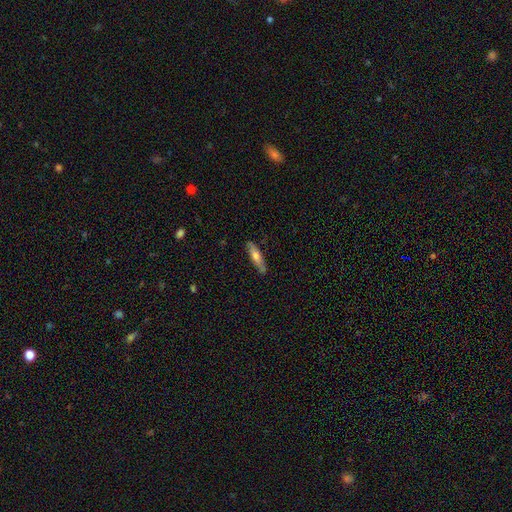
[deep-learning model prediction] Morphology: type=smooth (63%); roundness=cigar-shaped (73%); merging=none (84%).